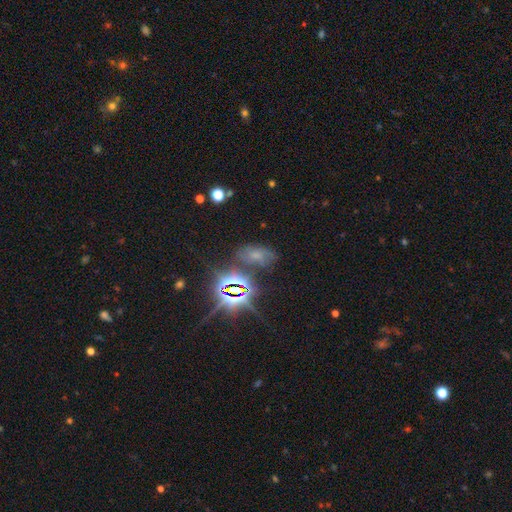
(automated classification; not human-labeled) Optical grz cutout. It shows a star or artifact, not a galaxy (46%).